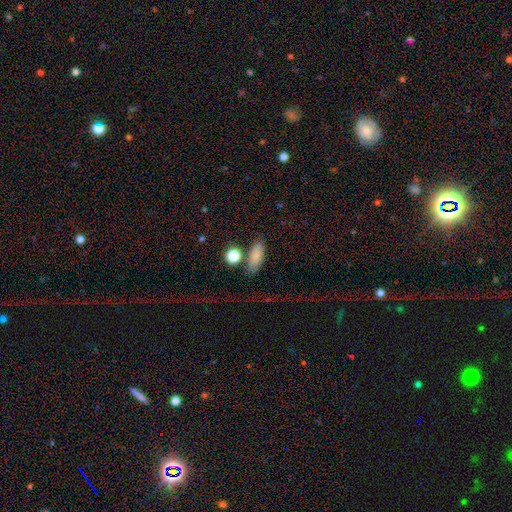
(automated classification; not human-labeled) smooth 83%, star or artifact 9%, featured or disk 8%. Down the decision tree: how rounded — in between (68%); merging — none (77%).